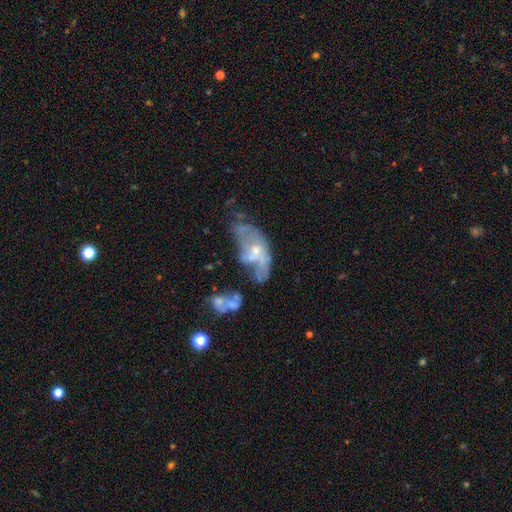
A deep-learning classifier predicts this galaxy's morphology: A featured or disk galaxy (65%) with no bar (70%), no spiral arms (51%) and a small central bulge (54%). Merging: major disturbance (32%).